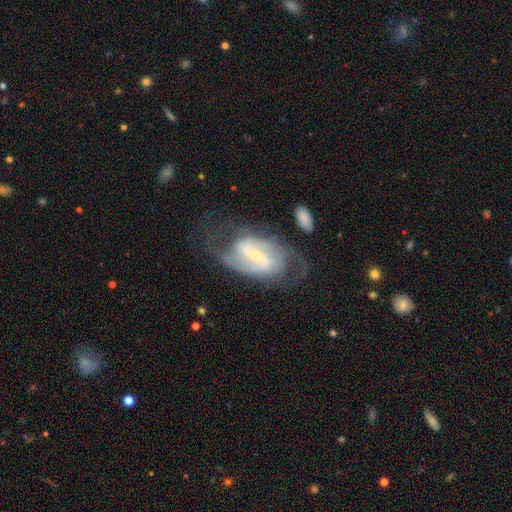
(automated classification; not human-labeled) This is clearly a featured or disk galaxy (87%). It is clearly not viewed edge-on (96%). Bar: possibly weak (50%). Spiral arm pattern: clearly yes (96%). Spiral arm count: likely 2 (78%). Spiral winding: possibly medium (51%). Central bulge: likely small (64%). Merging: likely none (62%).